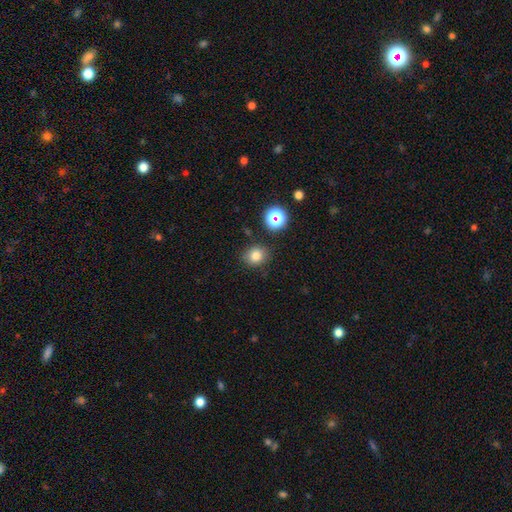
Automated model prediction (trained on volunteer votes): The model was most divided on "how rounded": round: 80%, in between: 19%, cigar-shaped: 1%. More confident: merging — none (84%); smooth or featured — smooth (78%).